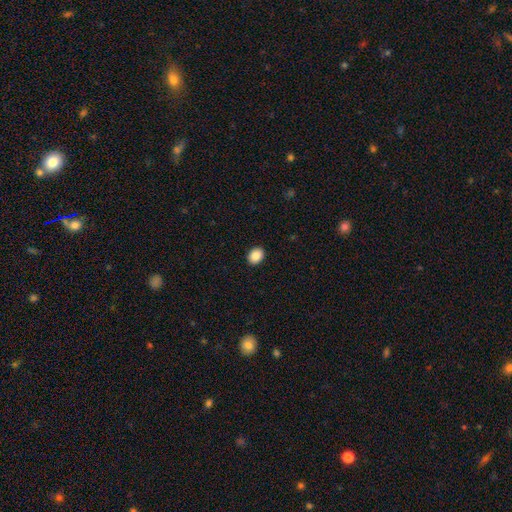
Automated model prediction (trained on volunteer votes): smooth 88%, star or artifact 8%, featured or disk 4%. Down the decision tree: how rounded — in between (59%); merging — none (92%).